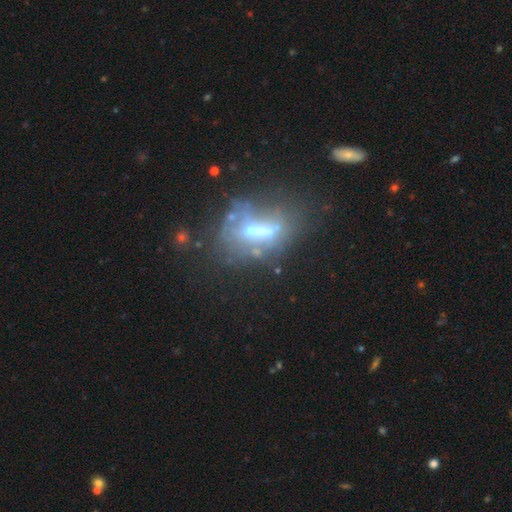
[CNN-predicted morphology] Smooth or featured? Predicted: featured or disk (p=0.51). Edge-on disk? Predicted: no (p=0.80). Merging? Predicted: none (p=0.37).